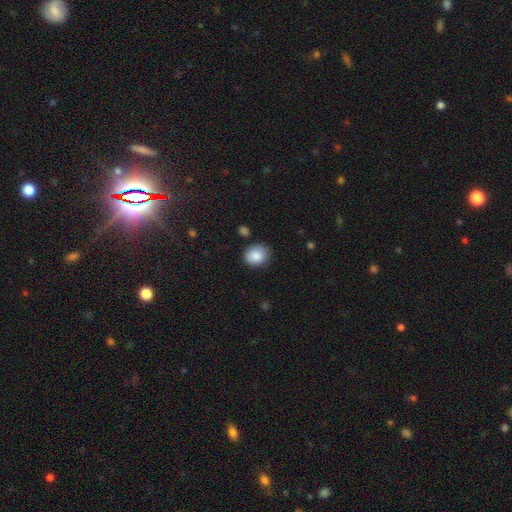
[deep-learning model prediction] A smooth galaxy with no disk features (86%) that is round (70%).

Vote fractions:
- Smooth or featured? smooth: 86% / star or artifact: 8% / featured or disk: 6%
- How rounded? round: 70% / in between: 29% / cigar-shaped: 1%
- Merging? none: 80% / minor disturbance: 14% / major disturbance: 3% / merger: 3%